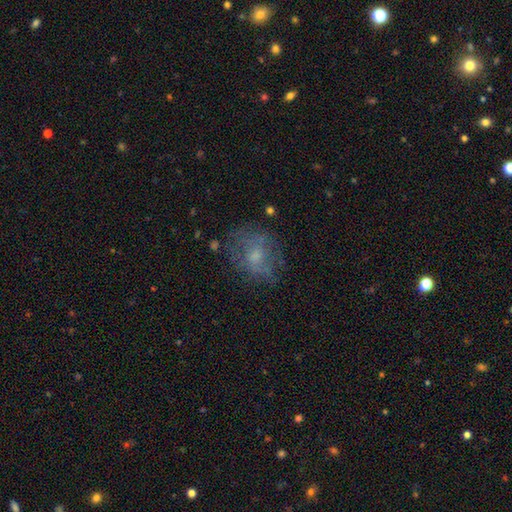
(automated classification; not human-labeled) The model was most divided on "smooth or featured": smooth: 46%, featured or disk: 40%, star or artifact: 13%. More confident: merging — none (62%).